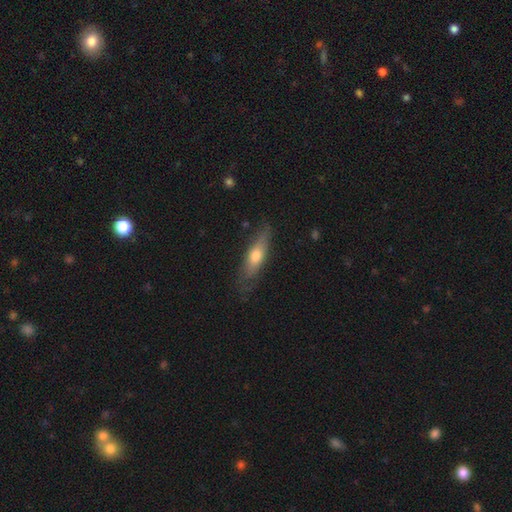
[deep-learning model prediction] Morphology: type=smooth (56%); roundness=cigar-shaped (62%); merging=none (74%).